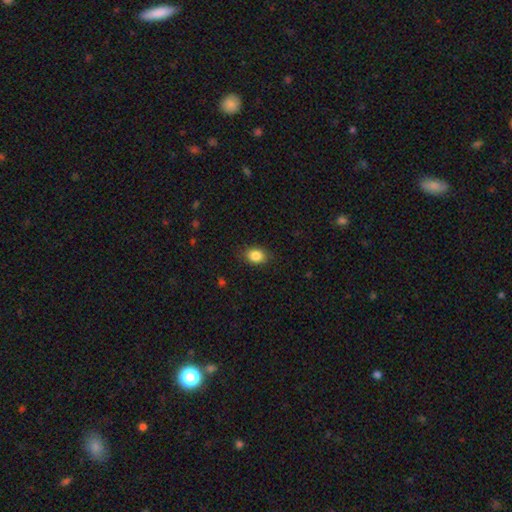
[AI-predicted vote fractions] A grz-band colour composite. It shows a smooth galaxy with no disk features (86%) that is in between round and cigar-shaped (67%). Merging: none (86%).